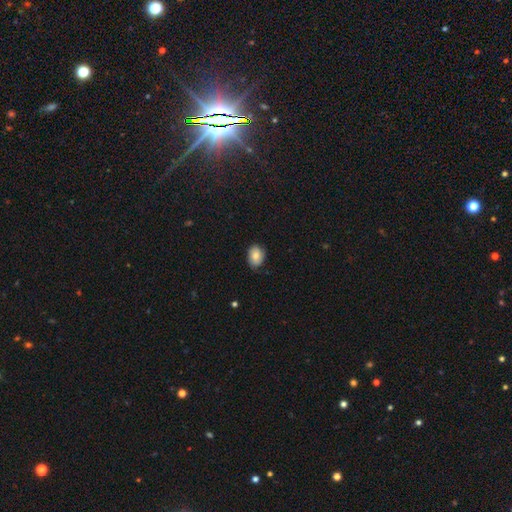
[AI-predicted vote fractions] Smooth or featured? Predicted: smooth (p=0.76). How rounded? Predicted: in between (p=0.70). Merging? Predicted: none (p=0.75).